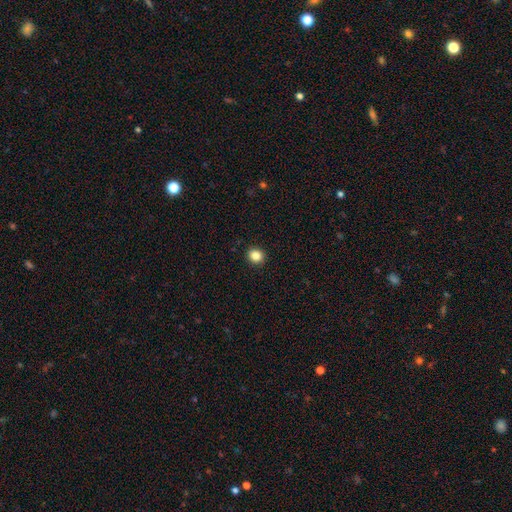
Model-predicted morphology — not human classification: Q: Smooth or featured?
A: smooth (85%); runner-up: star or artifact (11%)
Q: How rounded?
A: round (83%); runner-up: in between (16%)
Q: Merging?
A: none (92%); runner-up: minor disturbance (5%)